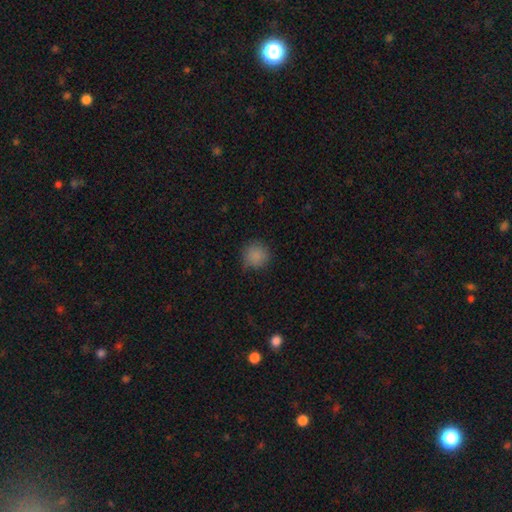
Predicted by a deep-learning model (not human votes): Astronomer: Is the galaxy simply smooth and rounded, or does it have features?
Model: smooth — 85%.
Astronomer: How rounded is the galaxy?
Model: round — 92%.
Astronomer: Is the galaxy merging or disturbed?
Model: none — 76%.